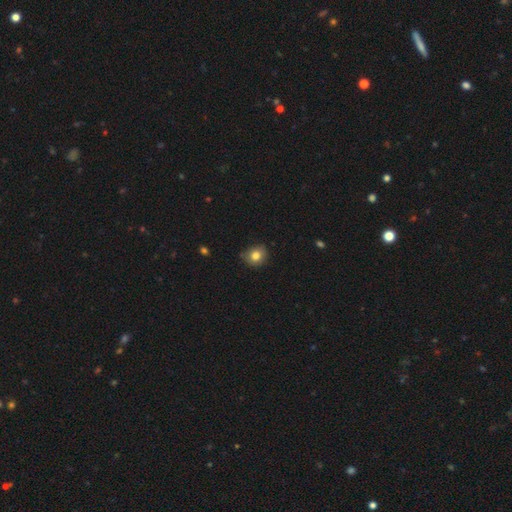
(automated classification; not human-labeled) A smooth galaxy with no disk features (81%) that is round (76%).

Vote fractions:
- Smooth or featured? smooth: 81% / star or artifact: 10% / featured or disk: 9%
- How rounded? round: 76% / in between: 23% / cigar-shaped: 1%
- Merging? none: 78% / minor disturbance: 18% / major disturbance: 3% / merger: 2%